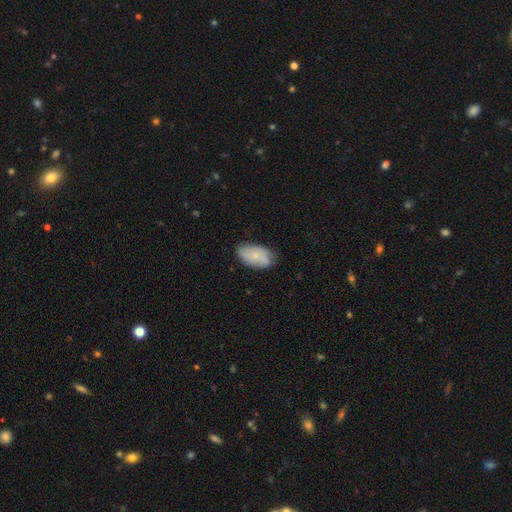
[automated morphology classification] This appears to be a smooth galaxy with no disk features (63%) that is in between round and cigar-shaped (93%). Merging: none (64%).